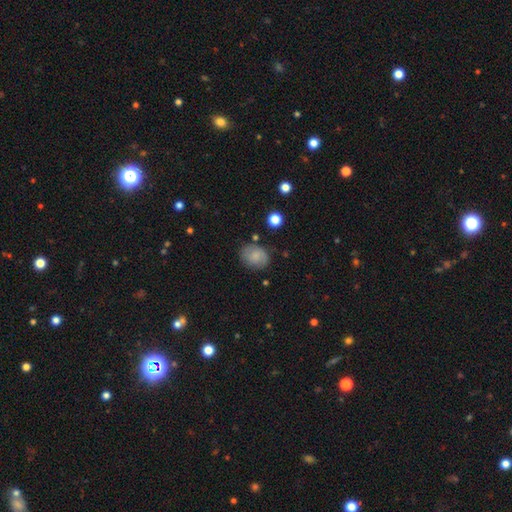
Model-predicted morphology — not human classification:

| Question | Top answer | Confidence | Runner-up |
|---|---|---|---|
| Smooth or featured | smooth | 73% | featured or disk (17%) |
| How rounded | in between | 56% | round (43%) |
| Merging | none | 73% | minor disturbance (19%) |